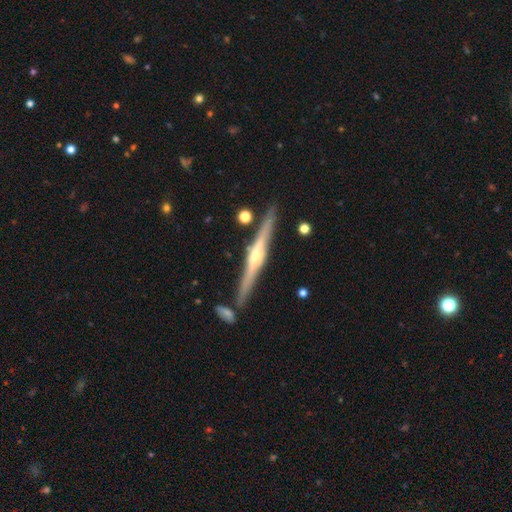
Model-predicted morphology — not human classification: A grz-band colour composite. It shows a featured or disk galaxy (82%) viewed edge-on (98%) with a rounded central bulge (85%). Merging: none (85%).